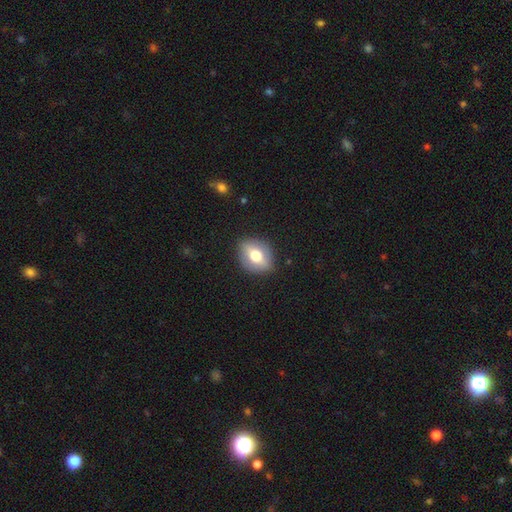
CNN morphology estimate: smooth 59%, featured or disk 33%, star or artifact 8%. Down the decision tree: how rounded — in between (56%); merging — none (85%).